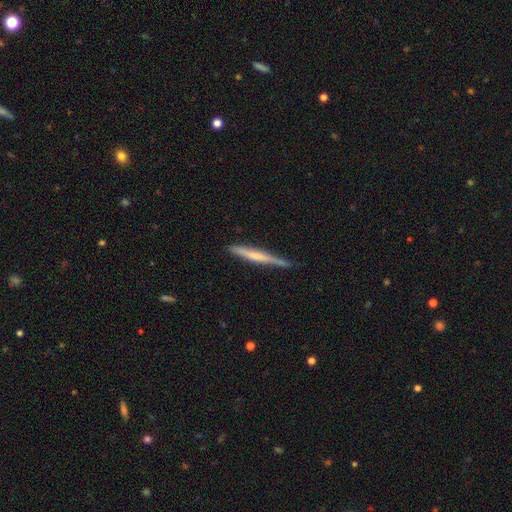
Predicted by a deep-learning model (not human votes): This appears to be a smooth galaxy with no disk features (48%). Merging: none (76%).